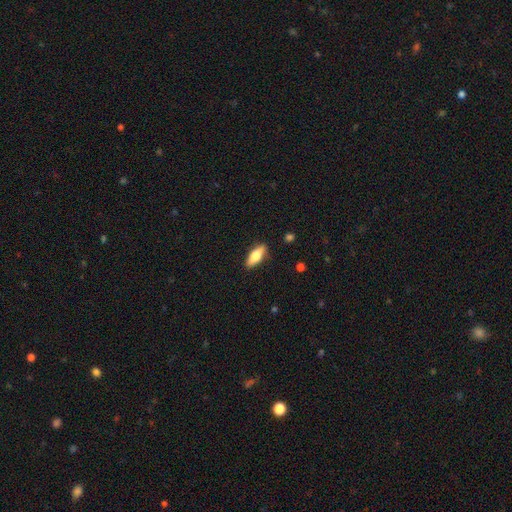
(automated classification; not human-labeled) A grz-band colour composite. It shows a smooth galaxy with no disk features (65%) that is in between round and cigar-shaped (65%). Merging: none (86%).